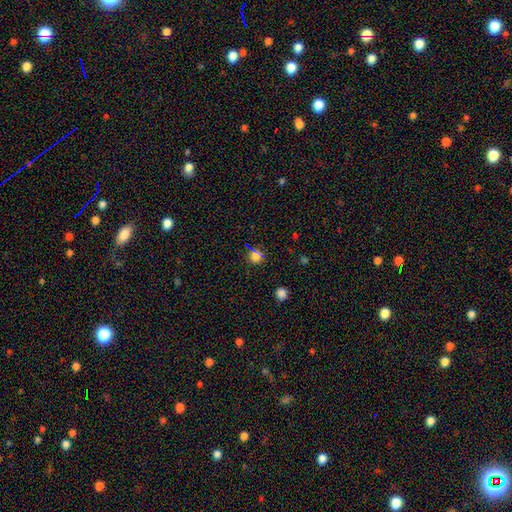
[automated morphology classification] A smooth galaxy with no disk features (67%) that is round (90%). Merging: none (81%).